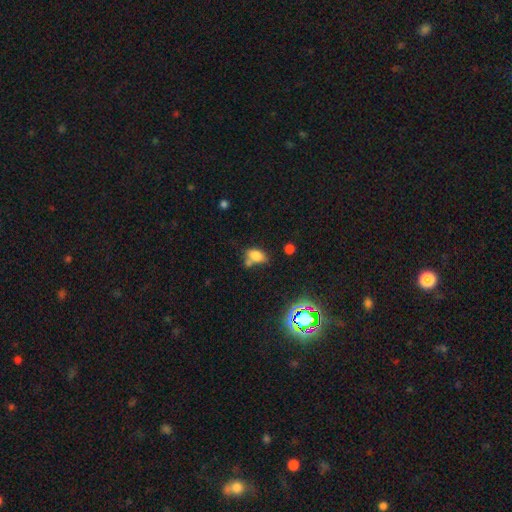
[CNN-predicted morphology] smooth_or_featured: smooth (p=0.76) [alt: star or artifact p=0.14]
how_rounded: in between (p=0.85) [alt: round p=0.12]
merging: none (p=0.51) [alt: merger p=0.25]